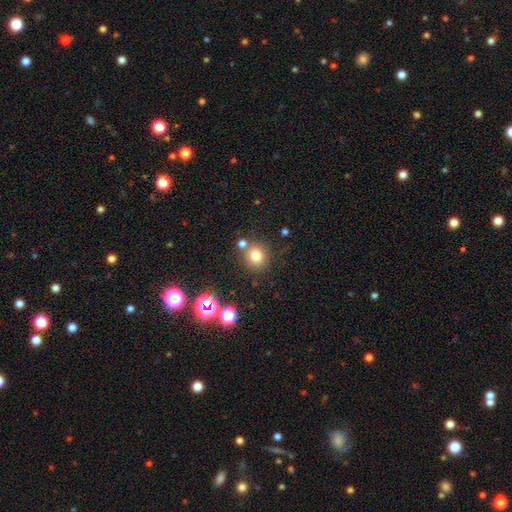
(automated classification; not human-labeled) Q: Smooth or featured?
A: smooth (76%); runner-up: star or artifact (16%)
Q: How rounded?
A: round (86%); runner-up: in between (13%)
Q: Merging?
A: none (74%); runner-up: merger (13%)